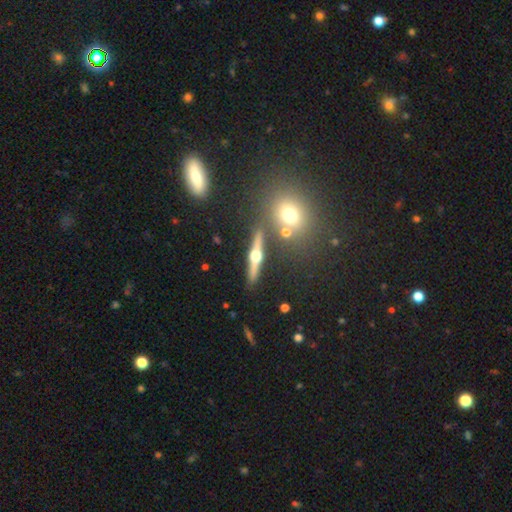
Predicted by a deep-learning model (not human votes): Smooth or featured? featured or disk (78%)
Edge-on disk? yes (95%)
Edge-on bulge? rounded (96%)
Merging? none (86%)